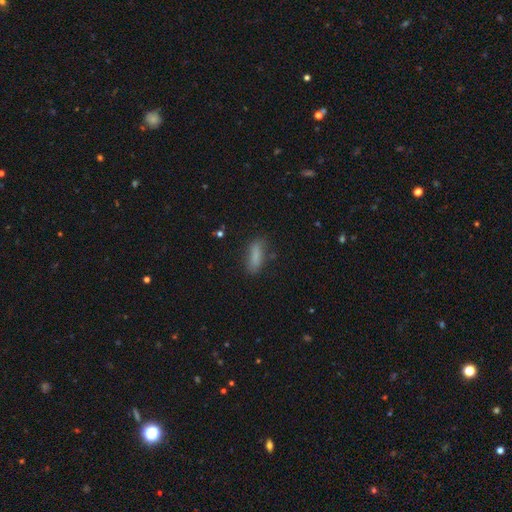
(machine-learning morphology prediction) This appears to be a smooth galaxy with no disk features (79%) that is in between round and cigar-shaped (49%). Merging: none (75%).